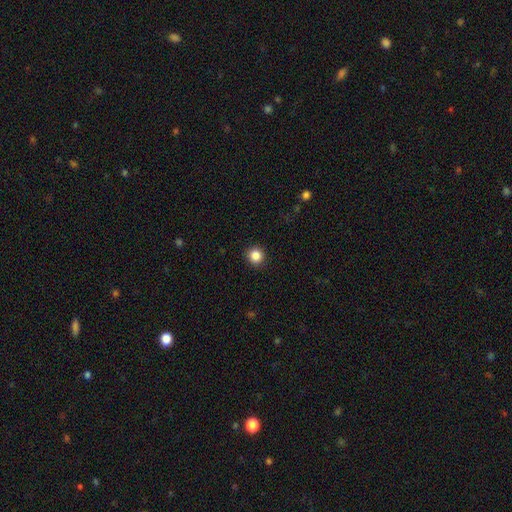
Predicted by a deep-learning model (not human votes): Morphology: type=smooth (85%); roundness=round (93%); merging=none (92%).